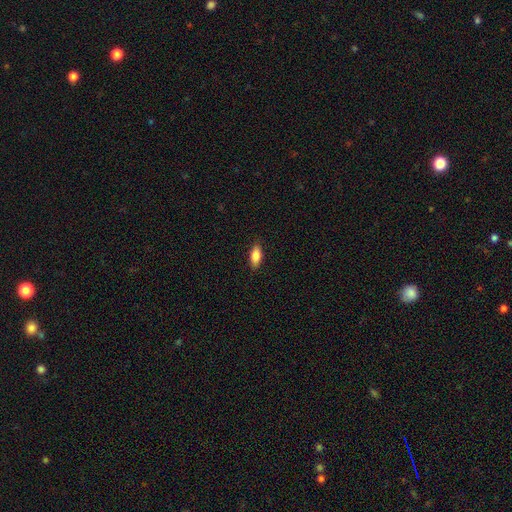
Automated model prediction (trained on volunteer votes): Smooth or featured?
  - smooth: 82% *
  - featured or disk: 12%
  - star or artifact: 7%
How rounded?
  - in between: 82% *
  - cigar-shaped: 15%
  - round: 3%
Merging?
  - none: 88% *
  - minor disturbance: 9%
  - major disturbance: 2%
  - merger: 1%